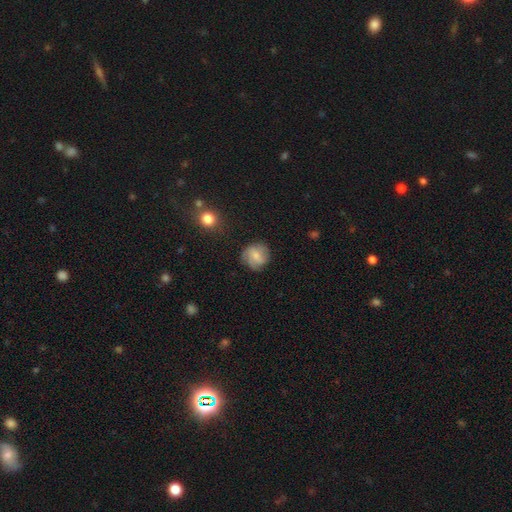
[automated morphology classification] A smooth galaxy with no disk features (50%) that is round (83%).

Vote fractions:
- Smooth or featured? smooth: 50% / featured or disk: 41% / star or artifact: 9%
- How rounded? round: 83% / in between: 16% / cigar-shaped: 1%
- Merging? none: 70% / minor disturbance: 20% / major disturbance: 8% / merger: 2%